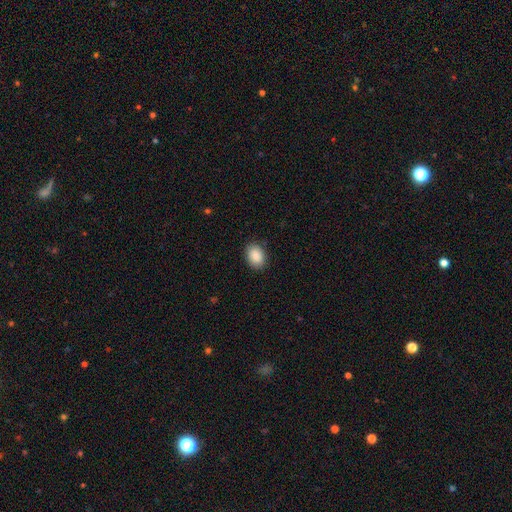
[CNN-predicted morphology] The model was most divided on "how rounded": in between: 69%, round: 30%, cigar-shaped: 1%. More confident: smooth or featured — smooth (89%); merging — none (87%).